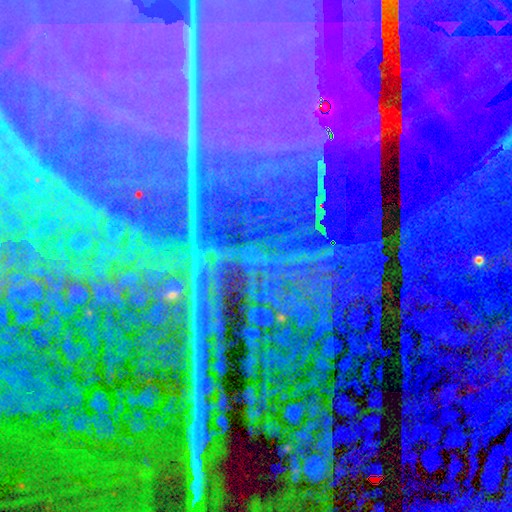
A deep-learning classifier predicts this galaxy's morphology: Smooth or featured?
  - star or artifact: 88% *
  - featured or disk: 7%
  - smooth: 5%